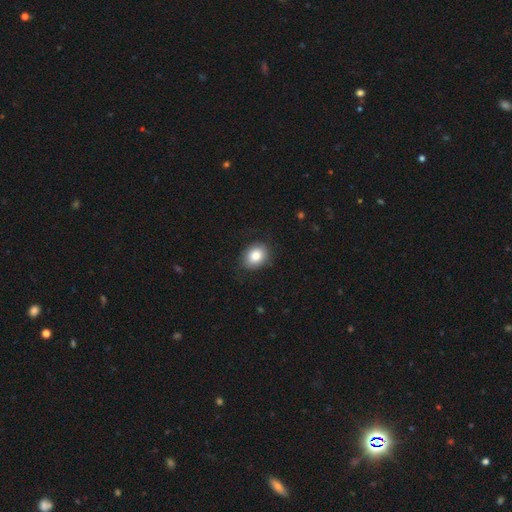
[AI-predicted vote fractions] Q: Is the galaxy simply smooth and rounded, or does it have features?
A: smooth — 83%.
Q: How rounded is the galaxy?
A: in between — 57%.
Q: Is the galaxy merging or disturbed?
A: none — 83%.